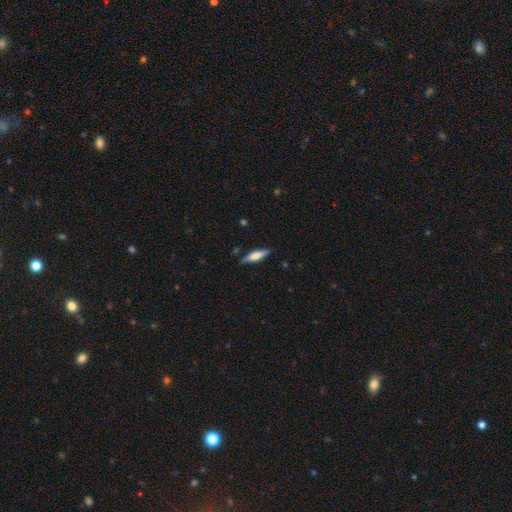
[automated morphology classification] smooth-or-featured: smooth: 53% | featured or disk: 40% | star or artifact: 6%
  how-rounded: cigar-shaped: 68% | in between: 30% | round: 2%
  merging: none: 83% | minor disturbance: 13% | major disturbance: 2% | merger: 1%